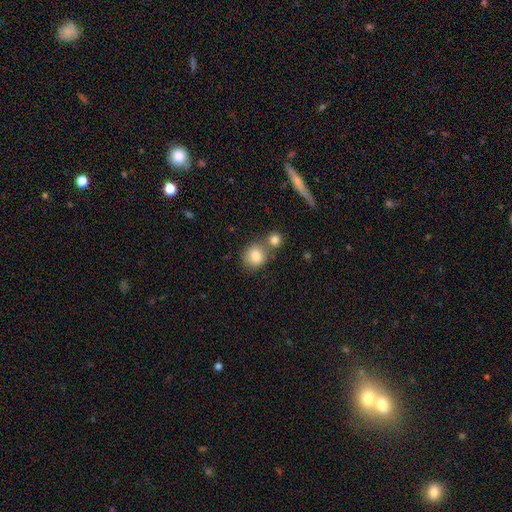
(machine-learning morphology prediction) A smooth galaxy with no disk features (83%) that is round (76%).

Vote fractions:
- Smooth or featured? smooth: 83% / star or artifact: 9% / featured or disk: 8%
- How rounded? round: 76% / in between: 23% / cigar-shaped: 1%
- Merging? none: 54% / merger: 31% / minor disturbance: 11% / major disturbance: 4%